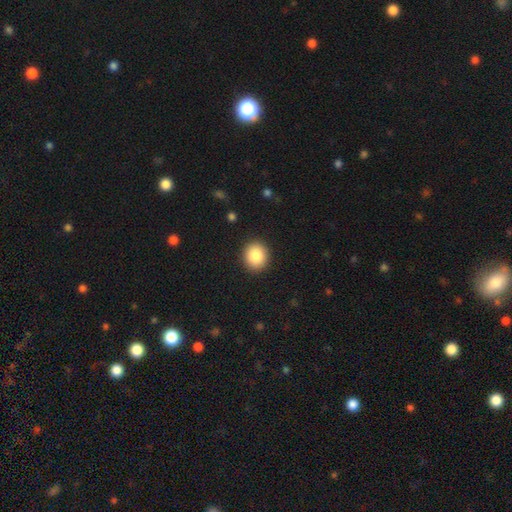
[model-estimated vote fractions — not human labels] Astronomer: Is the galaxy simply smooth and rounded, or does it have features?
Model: smooth — 86%.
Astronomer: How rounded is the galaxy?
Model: round — 82%.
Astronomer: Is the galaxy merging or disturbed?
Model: none — 91%.